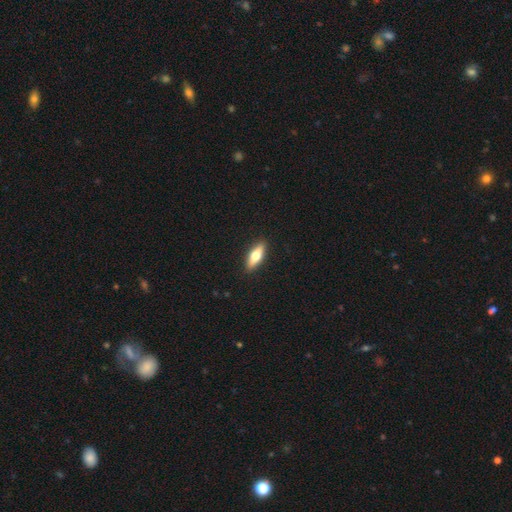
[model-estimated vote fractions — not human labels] smooth 61%, featured or disk 34%, star or artifact 6%. Down the decision tree: how rounded — in between (55%); merging — none (90%).